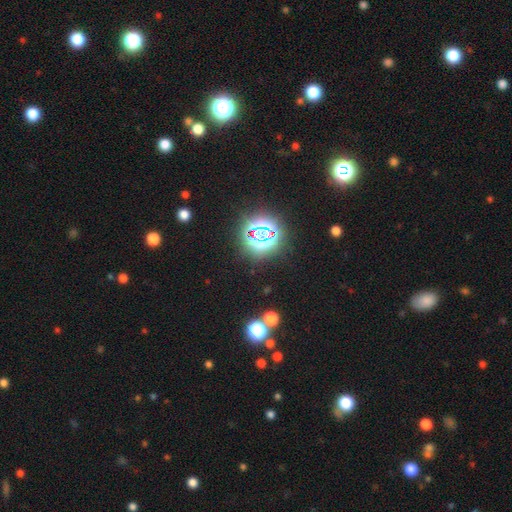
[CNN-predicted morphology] Smooth or featured?
  - star or artifact: 78% *
  - smooth: 16%
  - featured or disk: 6%